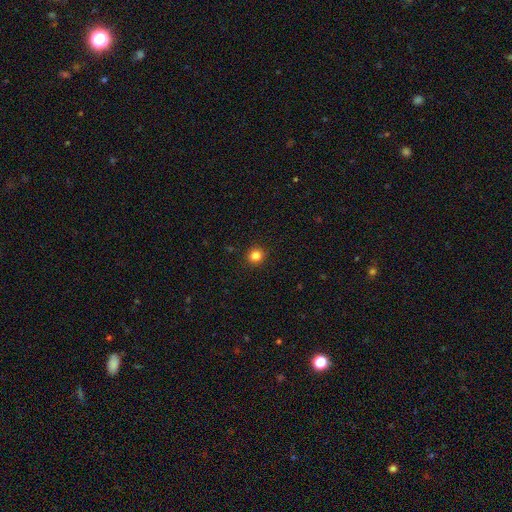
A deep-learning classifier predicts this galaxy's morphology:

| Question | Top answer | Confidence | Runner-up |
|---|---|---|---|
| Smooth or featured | smooth | 84% | star or artifact (12%) |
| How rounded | round | 91% | in between (8%) |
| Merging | none | 92% | minor disturbance (5%) |